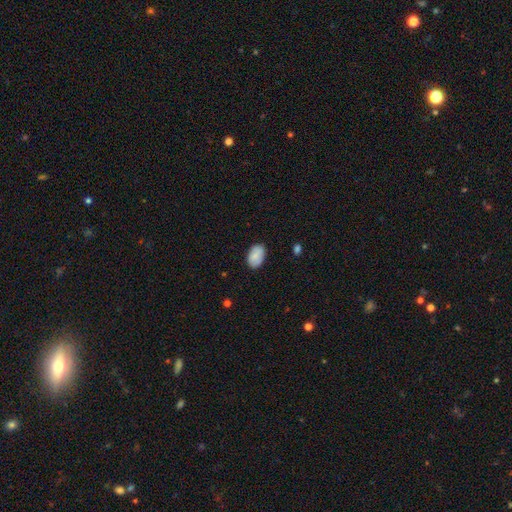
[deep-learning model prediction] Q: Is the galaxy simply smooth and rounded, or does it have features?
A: smooth — 84%.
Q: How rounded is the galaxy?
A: in between — 91%.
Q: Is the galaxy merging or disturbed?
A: none — 83%.